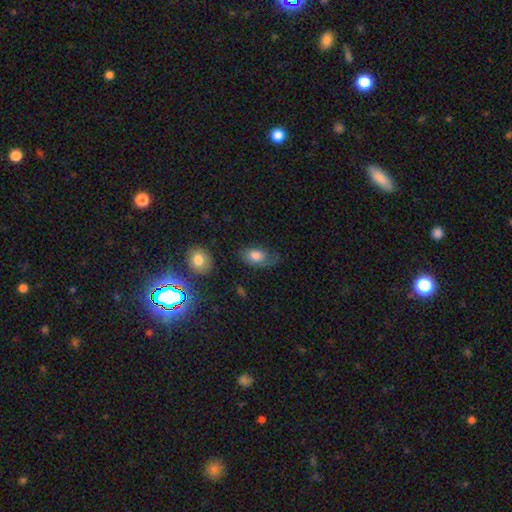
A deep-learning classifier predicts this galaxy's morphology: smooth-or-featured: smooth: 74% | featured or disk: 18% | star or artifact: 8%
  how-rounded: in between: 86% | round: 12% | cigar-shaped: 2%
  merging: none: 51% | minor disturbance: 29% | major disturbance: 17% | merger: 3%